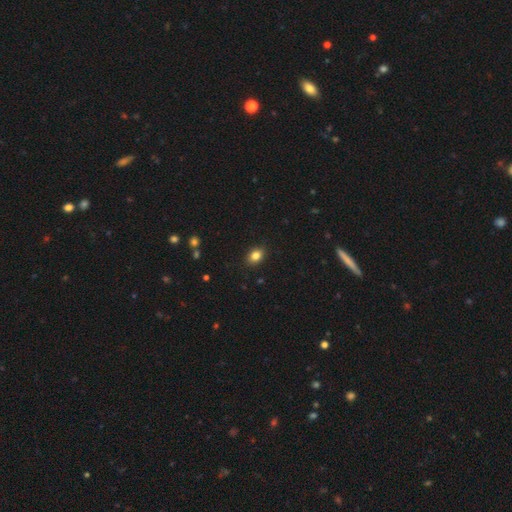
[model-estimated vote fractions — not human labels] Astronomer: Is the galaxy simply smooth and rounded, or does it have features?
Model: smooth — 83%.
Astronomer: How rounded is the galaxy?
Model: in between — 67%.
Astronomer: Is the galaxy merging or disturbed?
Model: none — 88%.